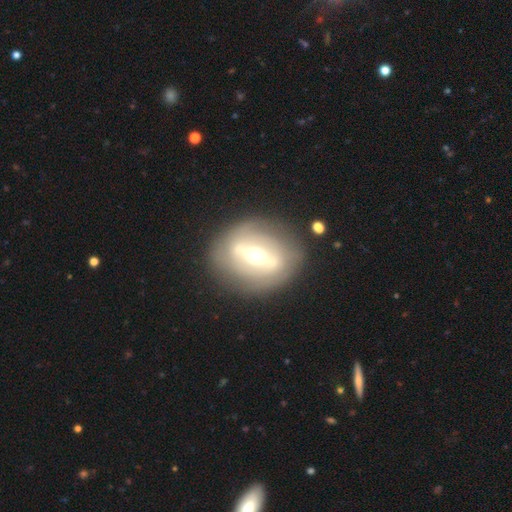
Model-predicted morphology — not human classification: A featured or disk galaxy (71%) with a strong bar (64%), no spiral arms (64%) and a moderate central bulge (67%).

Vote fractions:
- Smooth or featured? featured or disk: 71% / smooth: 22% / star or artifact: 7%
- Edge-on disk? no: 86% / yes: 14%
- Bar? strong: 64% / weak: 23% / no: 13%
- Spiral arms? no: 64% / yes: 36%
- Bulge size? moderate: 67% / small: 17% / large: 13% / dominant: 2% / none: 1%
- Merging? none: 76% / minor disturbance: 14% / major disturbance: 7% / merger: 3%